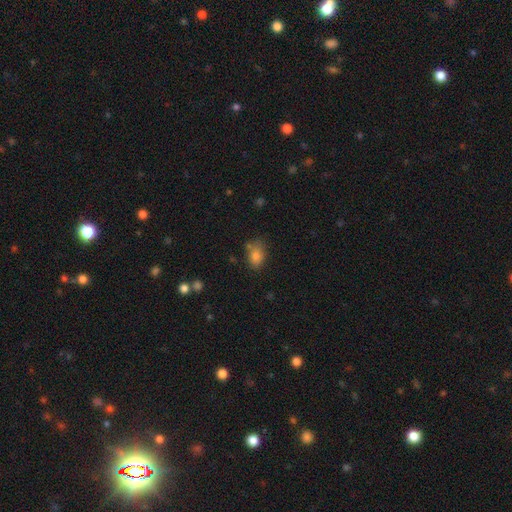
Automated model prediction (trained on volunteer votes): This appears to be a smooth galaxy with no disk features (83%) that is in between round and cigar-shaped (80%). Merging: none (63%).